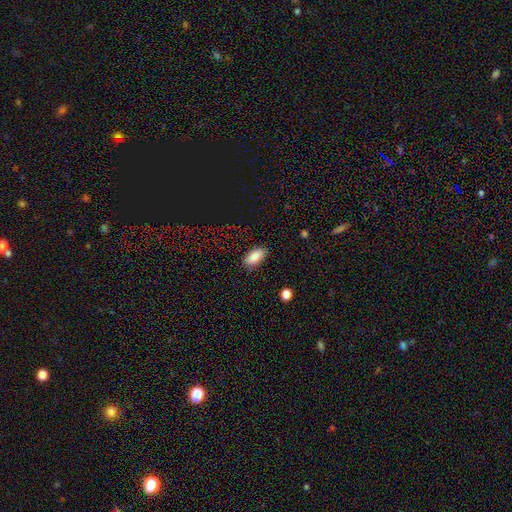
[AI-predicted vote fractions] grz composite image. It shows a smooth galaxy with no disk features (86%) that is in between round and cigar-shaped (90%). Merging: none (85%).